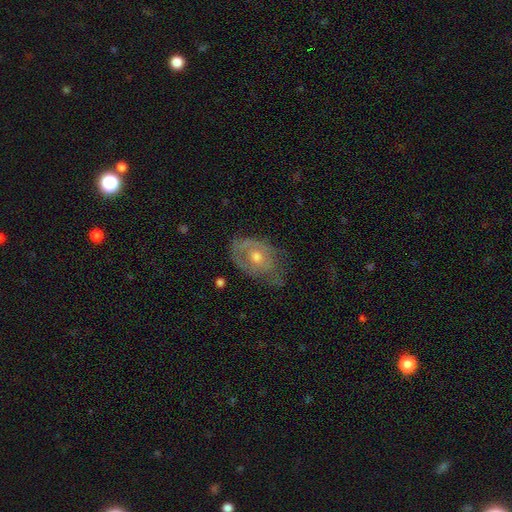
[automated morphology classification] Smooth or featured? featured or disk (63%)
Edge-on disk? no (94%)
Bar? no (83%)
Spiral arms? yes (53%)
Bulge size? moderate (65%)
Merging? none (46%)